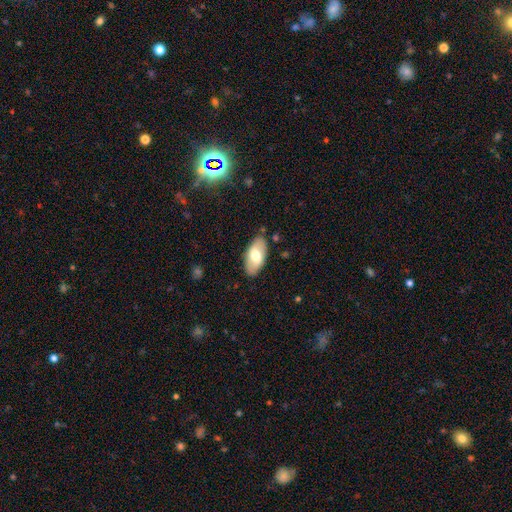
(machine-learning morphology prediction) A smooth galaxy with no disk features (64%) that is in between round and cigar-shaped (94%).

Vote fractions:
- Smooth or featured? smooth: 64% / featured or disk: 31% / star or artifact: 6%
- How rounded? in between: 94% / cigar-shaped: 4% / round: 3%
- Merging? none: 84% / minor disturbance: 12% / major disturbance: 3% / merger: 2%